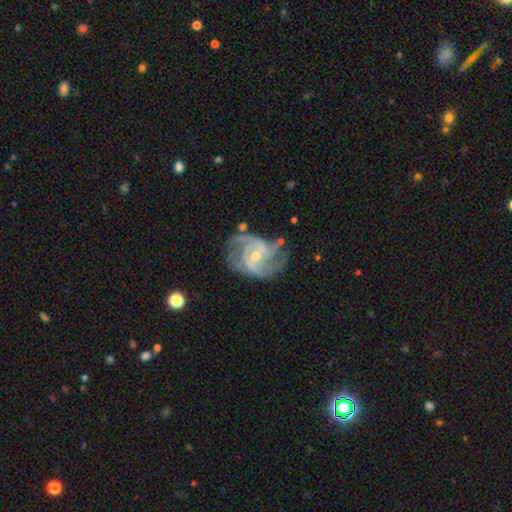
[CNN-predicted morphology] A featured or disk galaxy (90%) with a weak bar (49%), 2 (37%) medium (52%) spiral arms (97%) and a small central bulge (65%). Merging: none (63%).